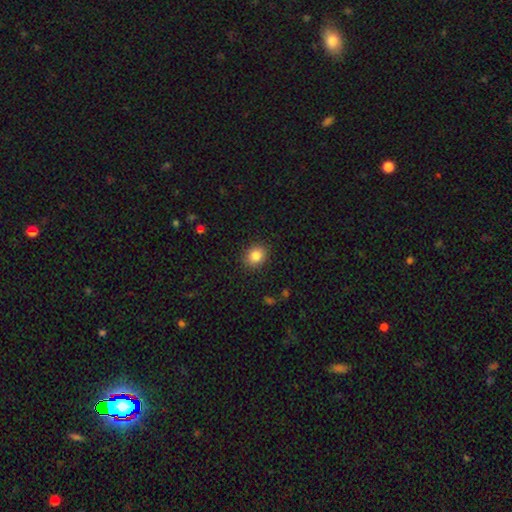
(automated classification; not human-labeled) smooth 84%, star or artifact 10%, featured or disk 6%. Down the decision tree: how rounded — round (63%); merging — none (88%).